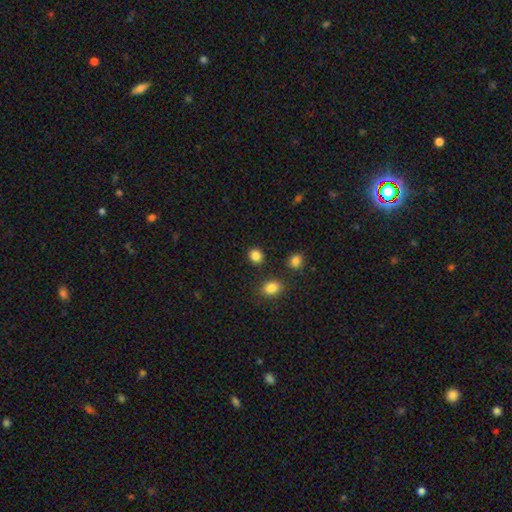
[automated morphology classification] smooth_or_featured: smooth (p=0.85) [alt: star or artifact p=0.11]
how_rounded: round (p=0.74) [alt: in between p=0.25]
merging: none (p=0.86) [alt: minor disturbance p=0.08]